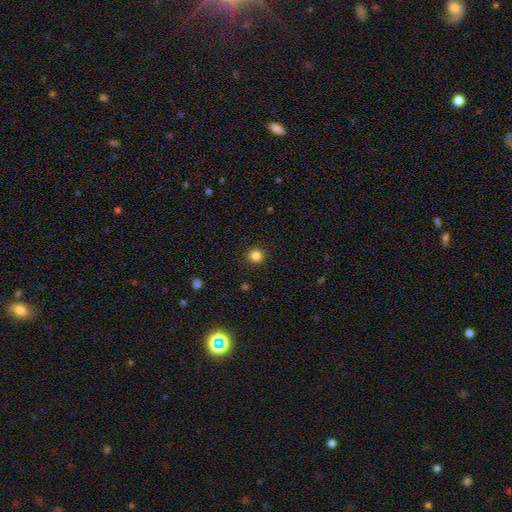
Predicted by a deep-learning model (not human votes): Smooth or featured? Predicted: smooth (p=0.84). How rounded? Predicted: round (p=0.92). Merging? Predicted: none (p=0.91).